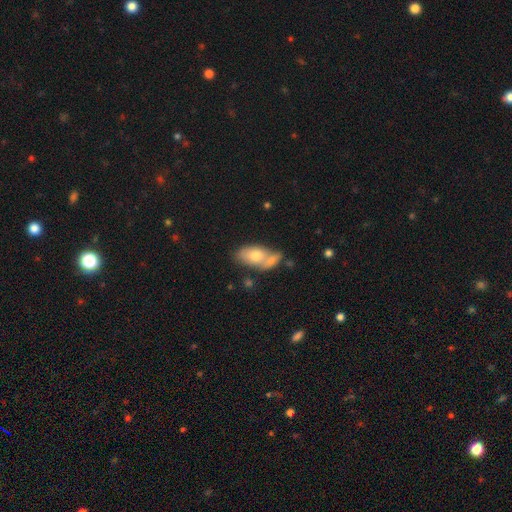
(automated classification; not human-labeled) This appears to be a smooth galaxy with no disk features (72%) that is in between round and cigar-shaped (89%). Merging: merger (43%).